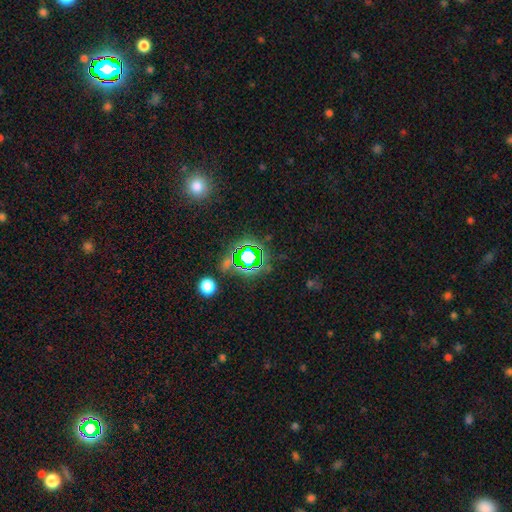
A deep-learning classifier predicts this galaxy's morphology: Smooth or featured: star or artifact — 76% (smooth — 16%)